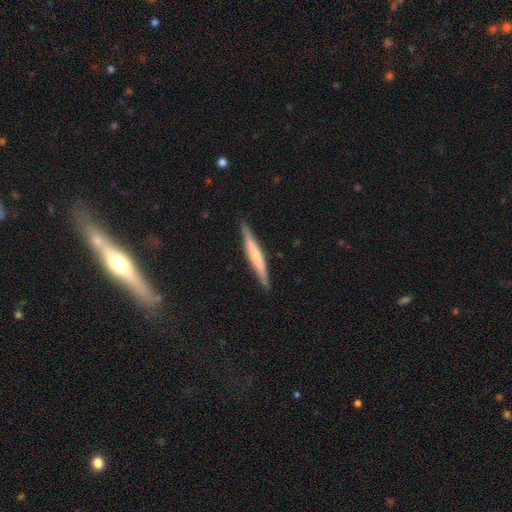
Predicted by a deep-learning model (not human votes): Smooth or featured? Predicted: featured or disk (p=0.48). Merging? Predicted: none (p=0.89).